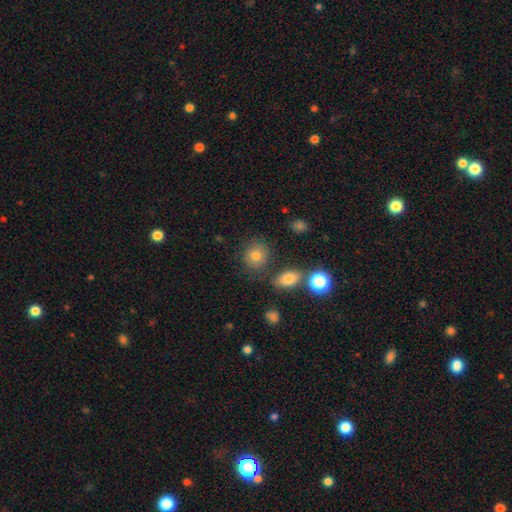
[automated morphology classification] A smooth galaxy with no disk features (78%) that is round (79%).

Vote fractions:
- Smooth or featured? smooth: 78% / star or artifact: 12% / featured or disk: 10%
- How rounded? round: 79% / in between: 20% / cigar-shaped: 1%
- Merging? none: 77% / minor disturbance: 12% / merger: 7% / major disturbance: 4%